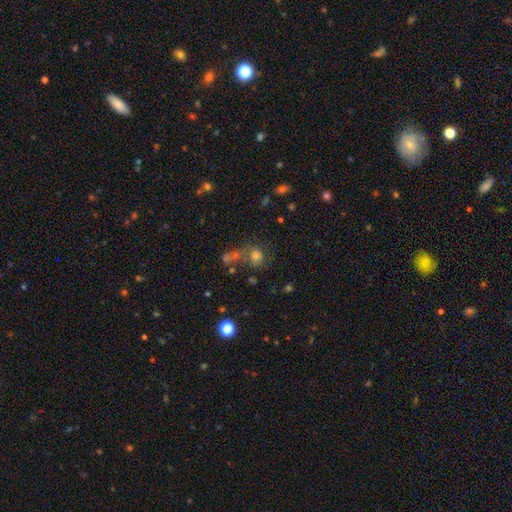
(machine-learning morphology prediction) A smooth galaxy with no disk features (62%) that is round (78%).

Vote fractions:
- Smooth or featured? smooth: 62% / star or artifact: 24% / featured or disk: 14%
- How rounded? round: 78% / in between: 21% / cigar-shaped: 1%
- Merging? none: 52% / merger: 24% / minor disturbance: 13% / major disturbance: 10%